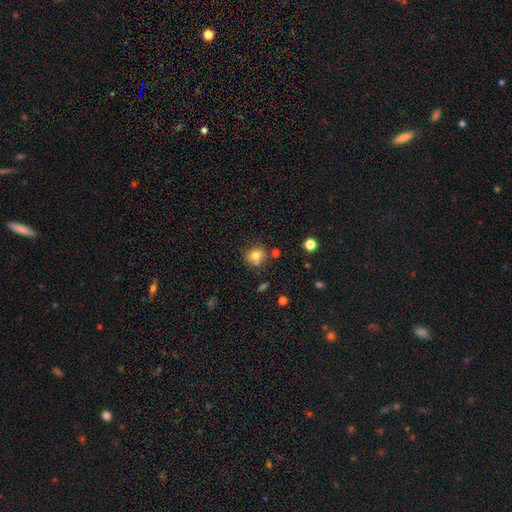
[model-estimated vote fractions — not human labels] Smooth or featured?
  - smooth: 75% *
  - star or artifact: 13%
  - featured or disk: 11%
How rounded?
  - round: 77% *
  - in between: 22%
  - cigar-shaped: 1%
Merging?
  - none: 68% *
  - minor disturbance: 15%
  - merger: 12%
  - major disturbance: 4%